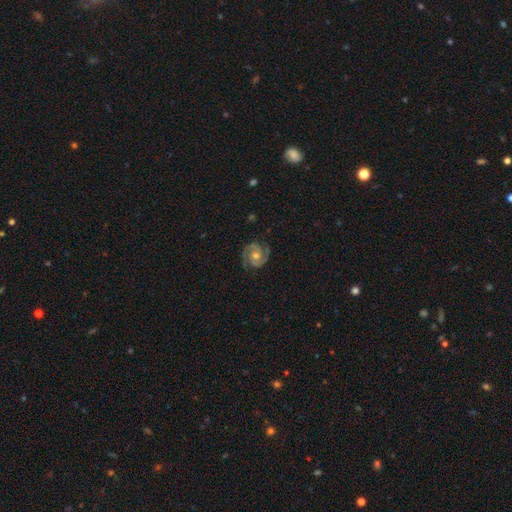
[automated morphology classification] Overall: featured or disk (91%). Edge-on disk: no (98%). Bar: no (64%; weak 28%). Spiral arms: yes (98%). Spiral arm count: 2 (91%). Spiral winding: tight (58%; medium 37%). Bulge size: moderate (62%; small 31%). Merging: none (85%).